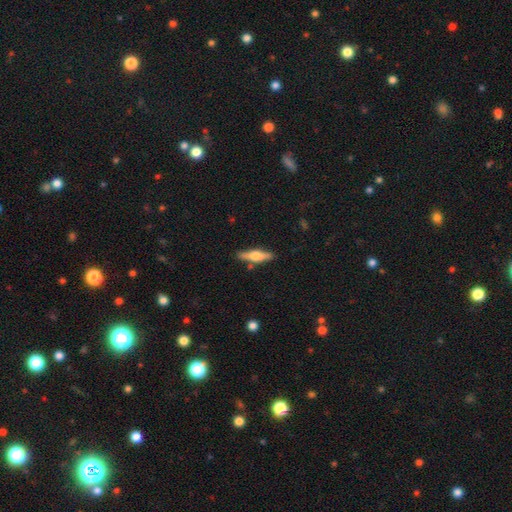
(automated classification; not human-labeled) A featured or disk galaxy (50%) viewed edge-on (93%).

Vote fractions:
- Smooth or featured? featured or disk: 50% / smooth: 44% / star or artifact: 6%
- Edge-on disk? yes: 93% / no: 7%
- Merging? none: 83% / minor disturbance: 11% / merger: 3% / major disturbance: 2%